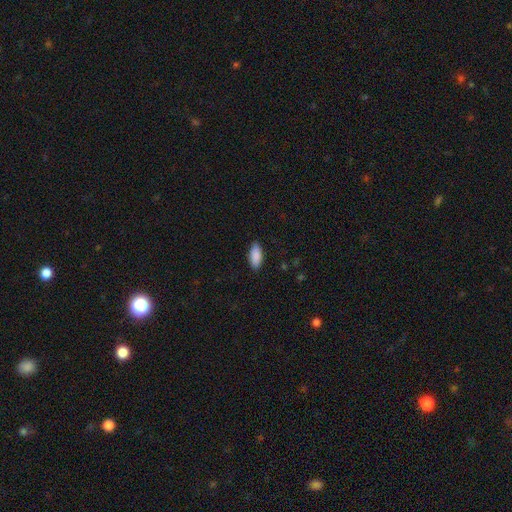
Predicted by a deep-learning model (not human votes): Q: Smooth or featured?
A: smooth (90%); runner-up: star or artifact (6%)
Q: How rounded?
A: in between (85%); runner-up: cigar-shaped (14%)
Q: Merging?
A: none (89%); runner-up: minor disturbance (8%)